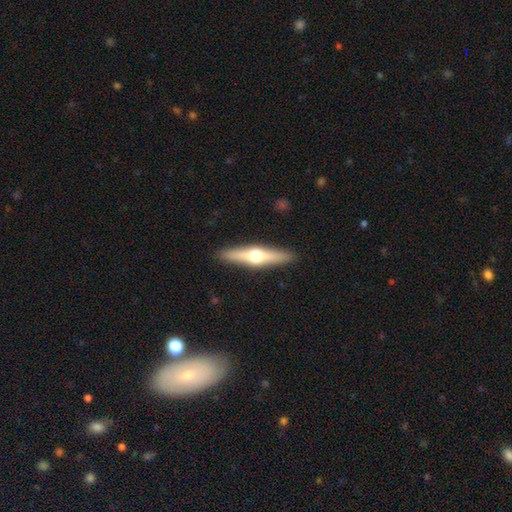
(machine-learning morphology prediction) Smooth or featured? featured or disk (61%)
Edge-on disk? yes (96%)
Edge-on bulge? rounded (95%)
Merging? none (91%)